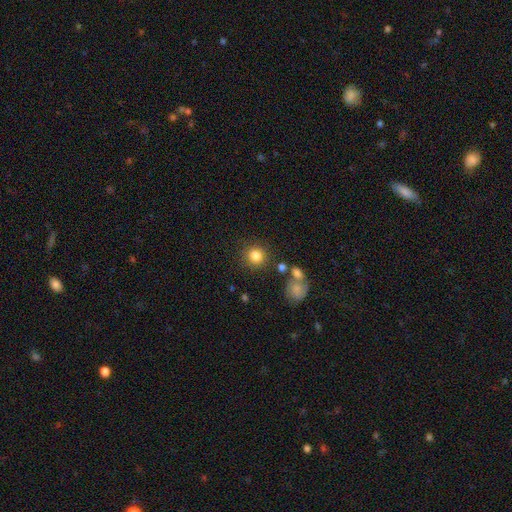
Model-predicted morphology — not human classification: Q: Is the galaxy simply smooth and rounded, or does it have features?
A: smooth — 83%.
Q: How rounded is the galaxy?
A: round — 92%.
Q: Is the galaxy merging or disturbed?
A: none — 82%.